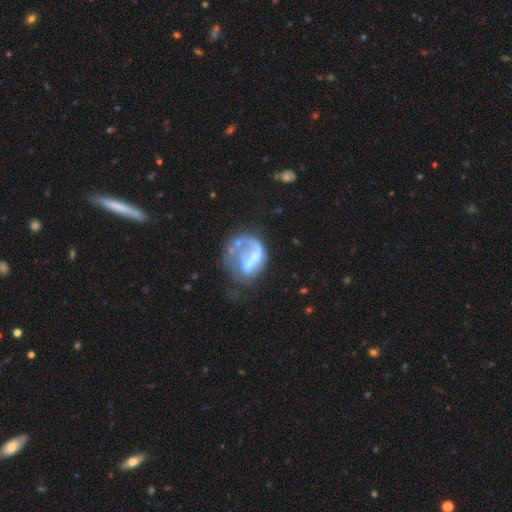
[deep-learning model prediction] Morphology: type=featured or disk (60%); edge-on=no (98%); bar=no (56%); spiral arms=no (63%); bulge=none (48%); merging=major disturbance (41%).